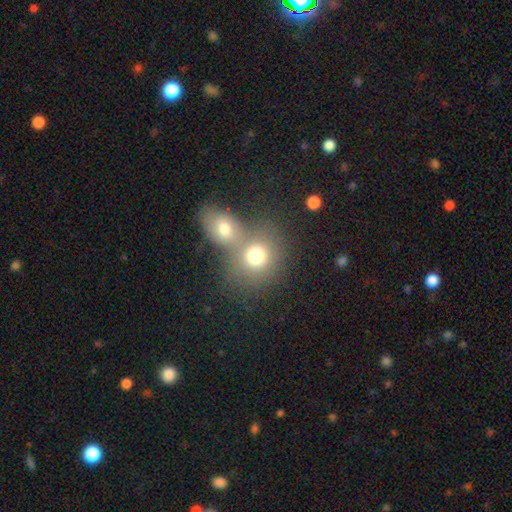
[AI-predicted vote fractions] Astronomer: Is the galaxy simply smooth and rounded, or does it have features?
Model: smooth — 74%.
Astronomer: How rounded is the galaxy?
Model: round — 74%.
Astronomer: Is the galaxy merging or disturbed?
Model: merger — 53% (runner-up: none, 36%).